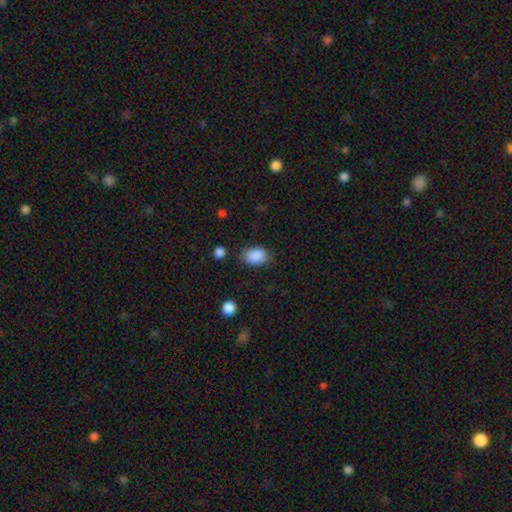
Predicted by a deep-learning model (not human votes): This is clearly a smooth galaxy (89%). How rounded: clearly in between (82%). Merging: likely none (79%).